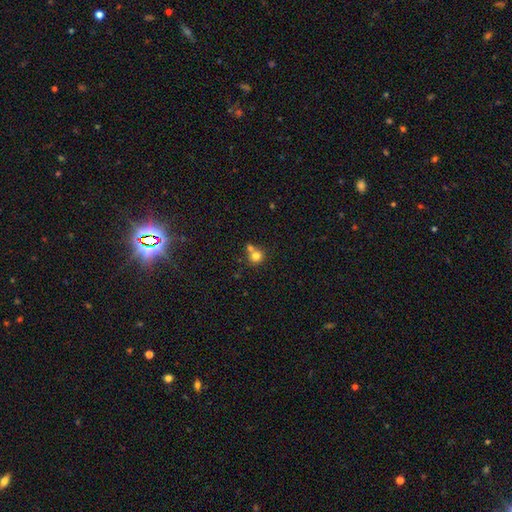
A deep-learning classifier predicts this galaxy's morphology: smooth 78%, star or artifact 12%, featured or disk 9%. Down the decision tree: how rounded — round (86%); merging — none (50%).